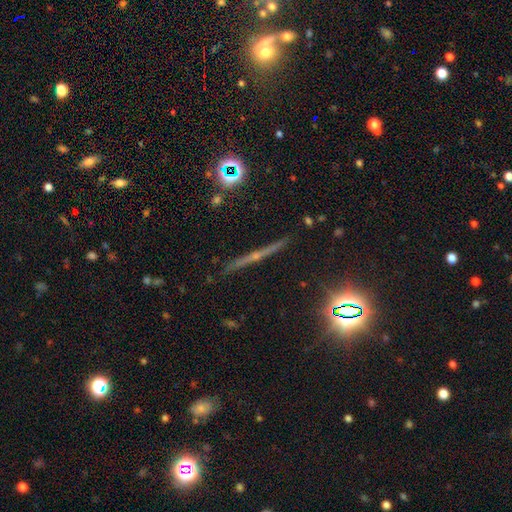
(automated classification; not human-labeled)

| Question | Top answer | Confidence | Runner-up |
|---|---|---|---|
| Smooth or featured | featured or disk | 59% | star or artifact (24%) |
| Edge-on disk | yes | 96% | no (4%) |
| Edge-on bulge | rounded | 58% | none (34%) |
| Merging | none | 89% | minor disturbance (7%) |